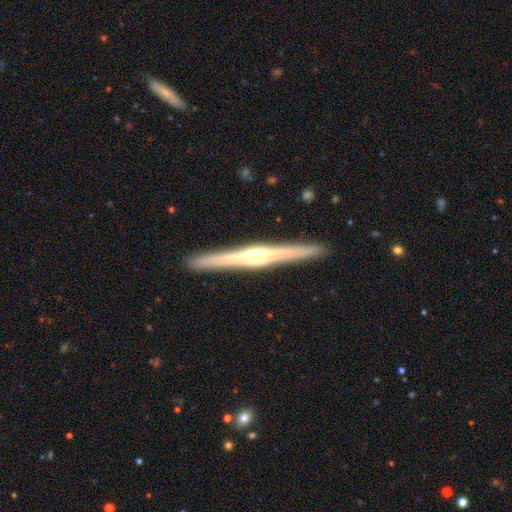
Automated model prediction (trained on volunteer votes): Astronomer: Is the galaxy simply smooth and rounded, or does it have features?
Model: featured or disk — 81%.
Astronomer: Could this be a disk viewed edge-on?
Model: yes — 98%.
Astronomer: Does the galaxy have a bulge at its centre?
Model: rounded — 70%.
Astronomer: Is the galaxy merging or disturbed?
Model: none — 92%.